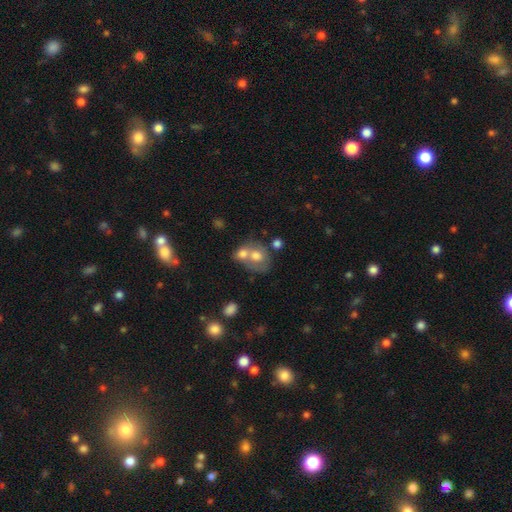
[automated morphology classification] smooth 66%, featured or disk 25%, star or artifact 9%. Down the decision tree: how rounded — round (56%); merging — merger (60%).